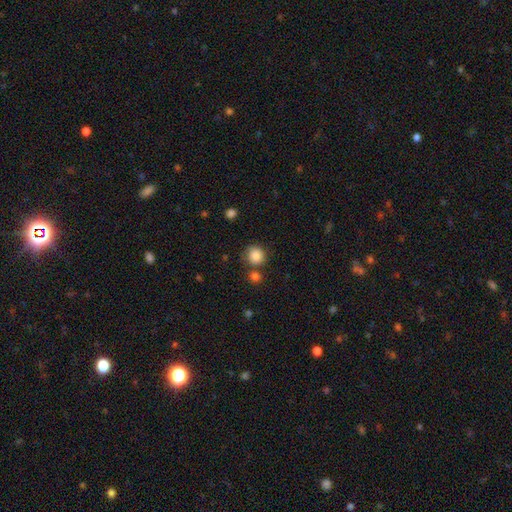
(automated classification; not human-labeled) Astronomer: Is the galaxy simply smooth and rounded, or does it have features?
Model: smooth — 85%.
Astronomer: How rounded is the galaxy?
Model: round — 89%.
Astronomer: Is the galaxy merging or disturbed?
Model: none — 73%.